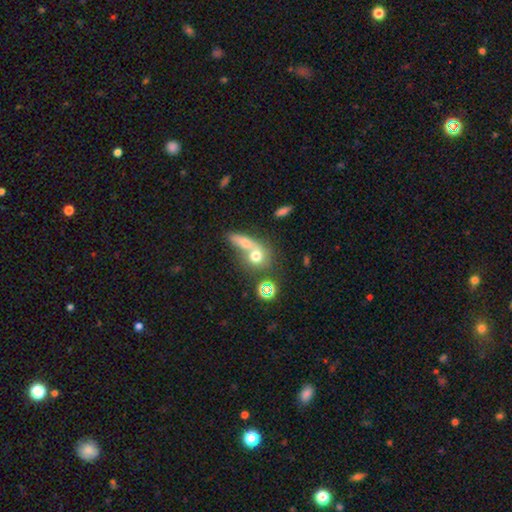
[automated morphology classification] Smooth or featured?
  - smooth: 66% *
  - featured or disk: 20%
  - star or artifact: 14%
How rounded?
  - round: 61% *
  - in between: 32%
  - cigar-shaped: 7%
Merging?
  - merger: 57% *
  - none: 30%
  - minor disturbance: 7%
  - major disturbance: 6%